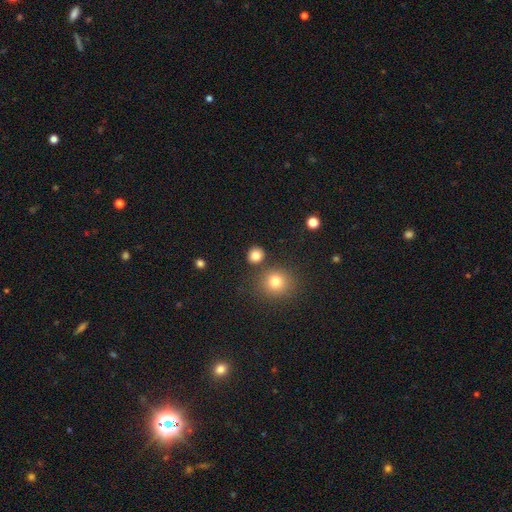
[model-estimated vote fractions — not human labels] Overall: smooth (83%). How rounded: round (86%). Merging: none (83%).